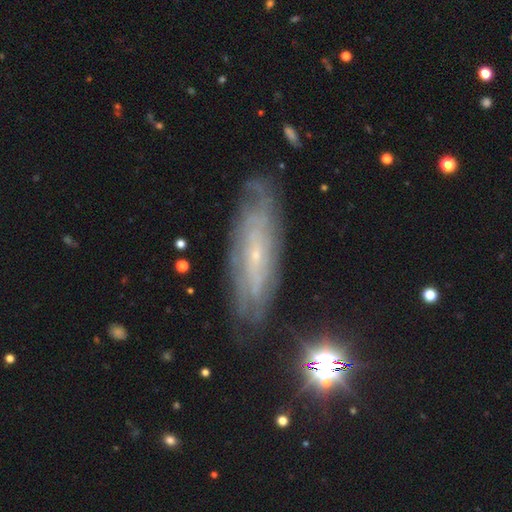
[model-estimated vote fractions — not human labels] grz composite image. It shows a featured or disk galaxy (73%) with no bar (66%), spiral arms (83%) and a small central bulge (86%). Merging: none (79%).